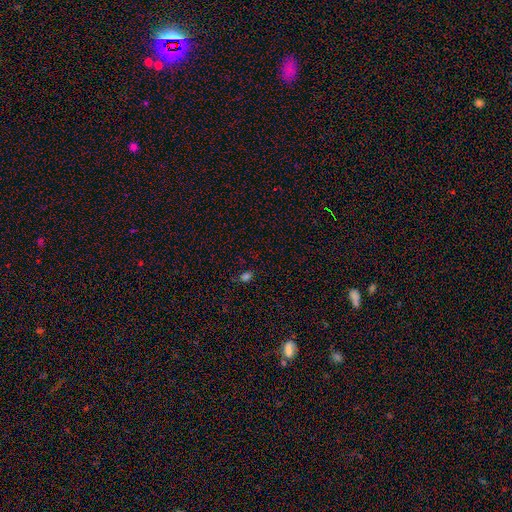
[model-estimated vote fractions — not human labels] Morphology: type=smooth (63%); roundness=in between (68%); merging=none (76%).